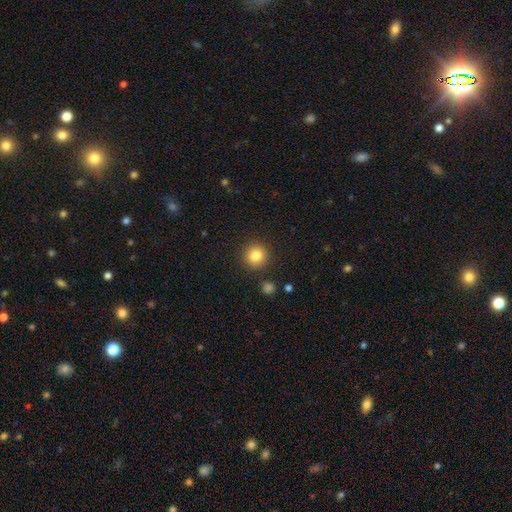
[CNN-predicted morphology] Smooth or featured? smooth (83%)
How rounded? round (94%)
Merging? none (89%)